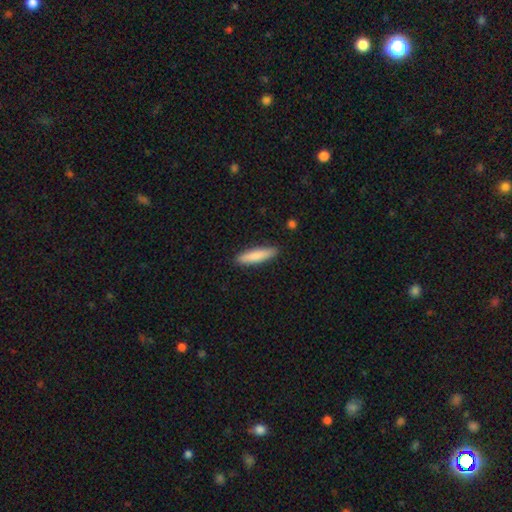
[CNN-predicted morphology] A smooth galaxy with no disk features (84%) that is cigar-shaped (78%). Merging: none (89%).